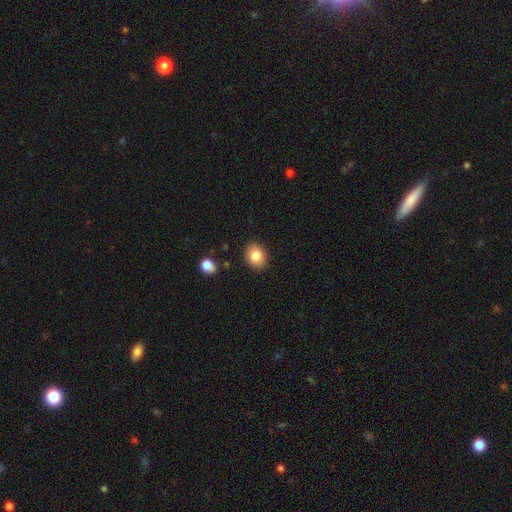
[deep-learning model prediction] Smooth or featured?
  - smooth: 82% *
  - star or artifact: 9%
  - featured or disk: 9%
How rounded?
  - in between: 54% *
  - round: 45%
  - cigar-shaped: 1%
Merging?
  - none: 88% *
  - minor disturbance: 8%
  - major disturbance: 2%
  - merger: 2%